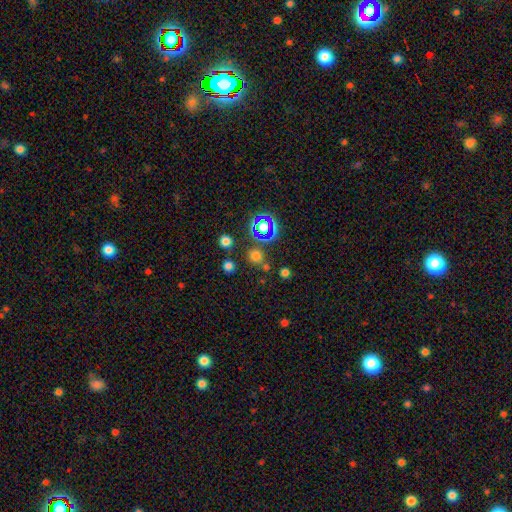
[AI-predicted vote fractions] Smooth or featured? smooth (64%)
How rounded? round (89%)
Merging? none (74%)